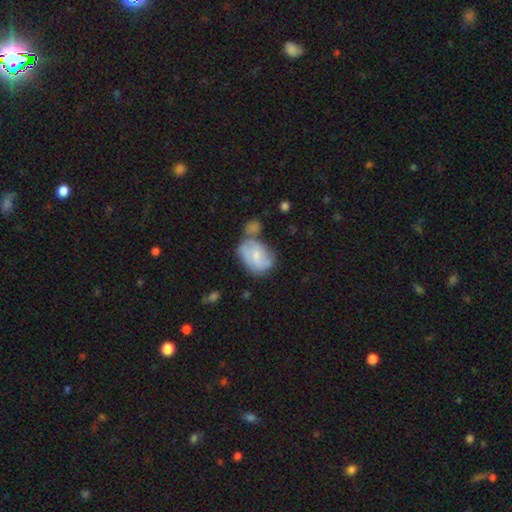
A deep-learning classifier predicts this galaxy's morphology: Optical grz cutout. It shows a featured or disk galaxy (47%). Merging: none (36%).